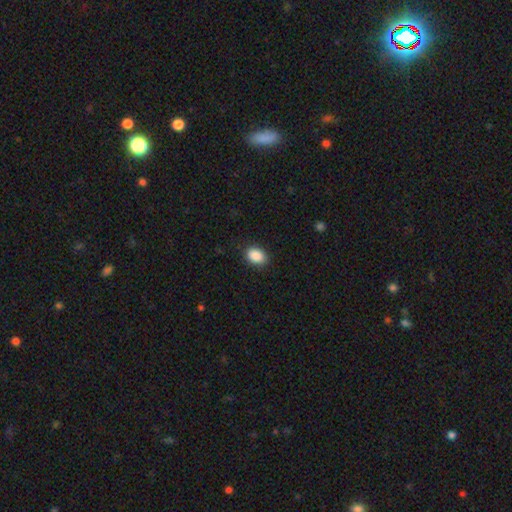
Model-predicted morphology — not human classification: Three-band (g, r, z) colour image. It shows a smooth galaxy with no disk features (90%) that is in between round and cigar-shaped (78%). Merging: none (87%).